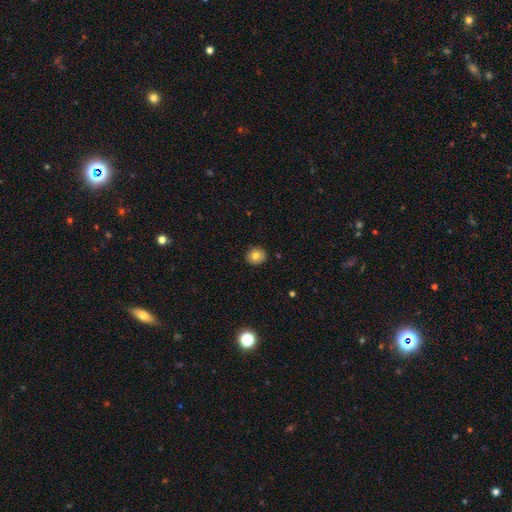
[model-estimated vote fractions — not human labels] Q: Smooth or featured?
A: smooth (78%); runner-up: featured or disk (13%)
Q: How rounded?
A: round (88%); runner-up: in between (11%)
Q: Merging?
A: none (90%); runner-up: minor disturbance (8%)